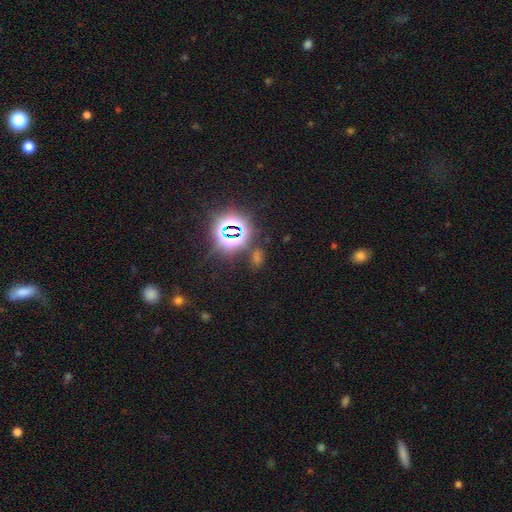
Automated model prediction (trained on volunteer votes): Smooth or featured: star or artifact — 70% (smooth — 22%)